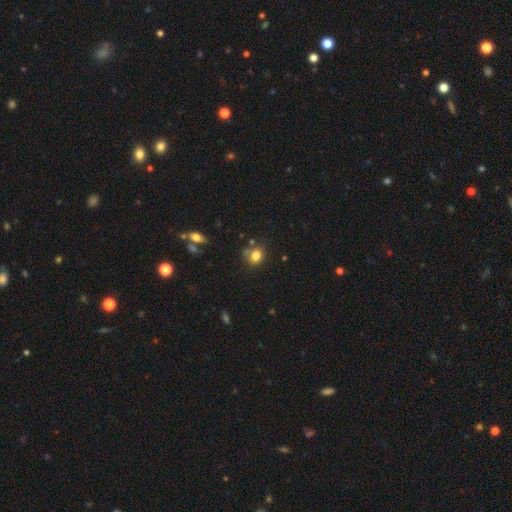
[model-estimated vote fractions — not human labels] This is clearly a smooth galaxy (81%). How rounded: possibly round (54%). Merging: likely none (65%).